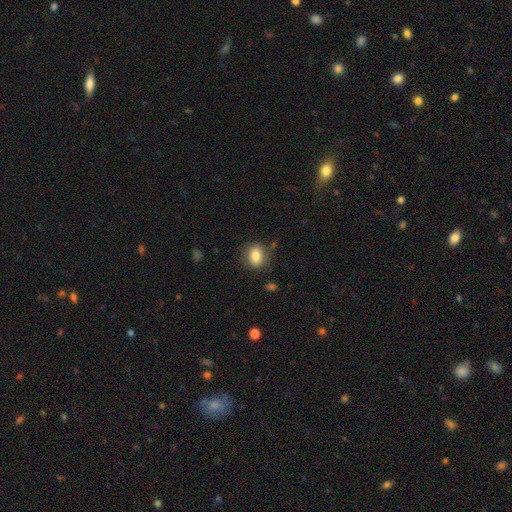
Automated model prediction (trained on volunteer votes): Morphology: type=smooth (82%); roundness=in between (54%); merging=none (82%).